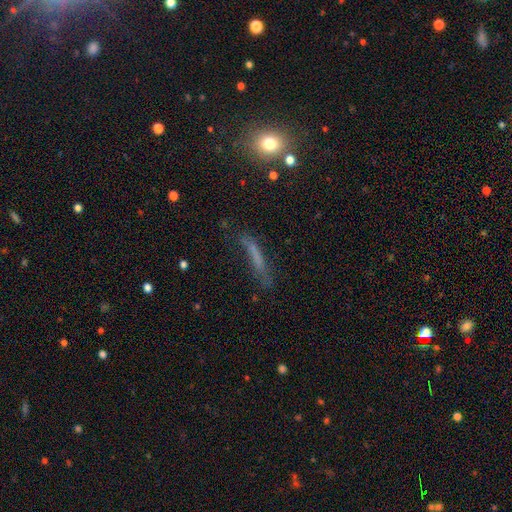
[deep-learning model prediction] This is possibly a smooth galaxy (53%). How rounded: clearly cigar-shaped (85%). Merging: possibly none (47%).